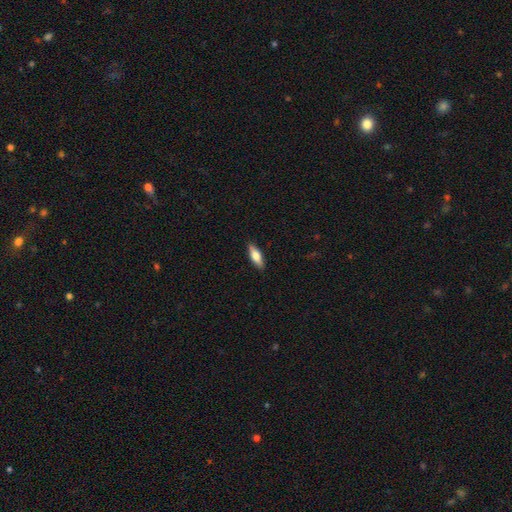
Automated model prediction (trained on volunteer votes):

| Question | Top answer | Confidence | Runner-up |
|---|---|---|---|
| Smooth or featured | smooth | 66% | featured or disk (28%) |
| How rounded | in between | 56% | cigar-shaped (42%) |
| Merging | none | 87% | minor disturbance (10%) |